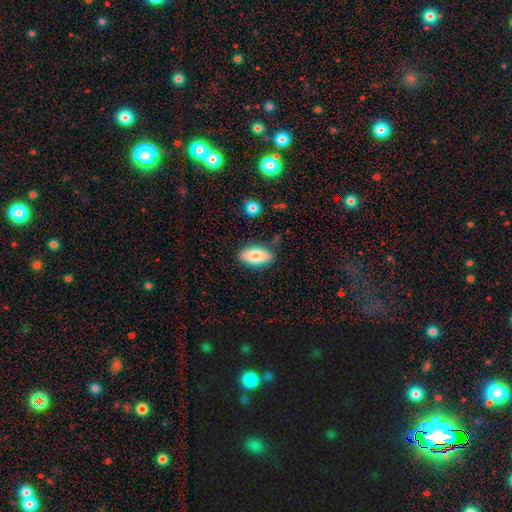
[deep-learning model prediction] A smooth galaxy with no disk features (80%) that is in between round and cigar-shaped (91%).

Vote fractions:
- Smooth or featured? smooth: 80% / featured or disk: 13% / star or artifact: 7%
- How rounded? in between: 91% / cigar-shaped: 6% / round: 3%
- Merging? none: 82% / minor disturbance: 13% / major disturbance: 3% / merger: 2%